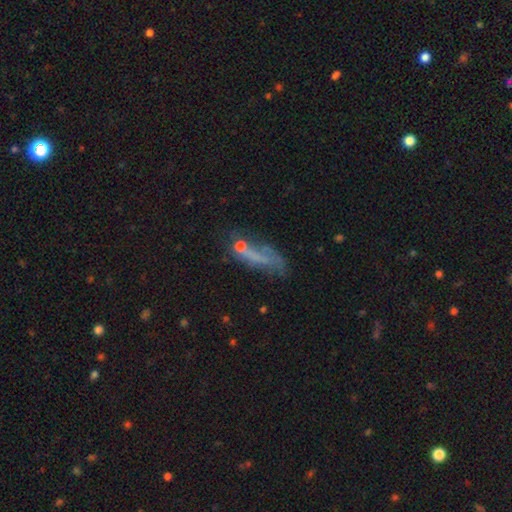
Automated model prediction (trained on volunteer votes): Smooth or featured: smooth — 46% (featured or disk — 38%)
Merging: none — 33% (major disturbance — 32%)